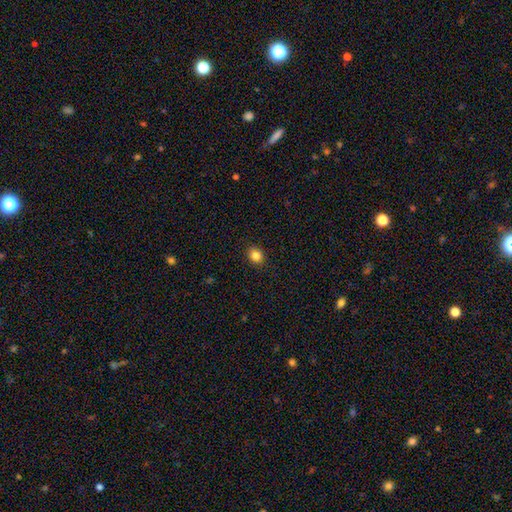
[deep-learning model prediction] This is clearly a smooth galaxy (84%). How rounded: likely round (64%). Merging: clearly none (90%).